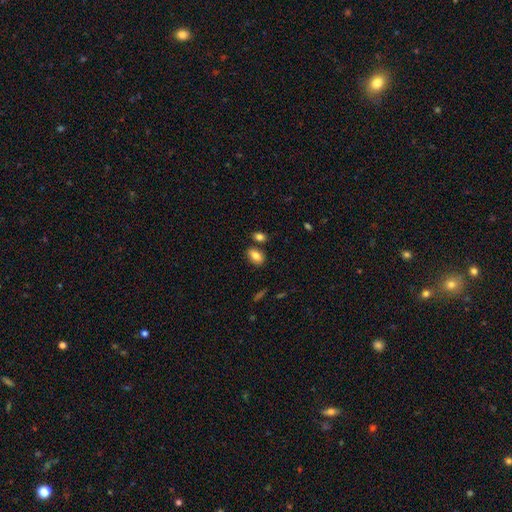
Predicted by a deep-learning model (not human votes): smooth-or-featured: smooth: 83% | featured or disk: 9% | star or artifact: 8%
  how-rounded: in between: 85% | round: 12% | cigar-shaped: 2%
  merging: none: 76% | minor disturbance: 11% | merger: 10% | major disturbance: 3%